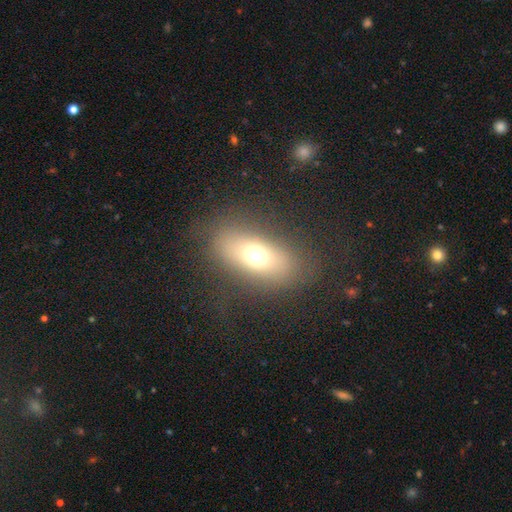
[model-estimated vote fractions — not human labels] Smooth or featured? smooth (67%)
How rounded? in between (80%)
Merging? none (75%)